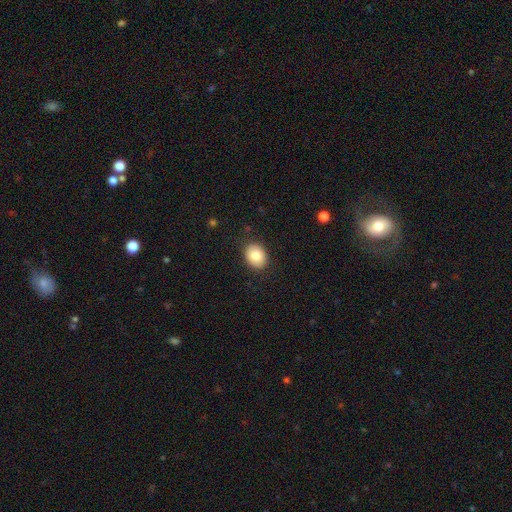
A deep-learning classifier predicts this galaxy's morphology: Smooth or featured?
  - smooth: 82% *
  - featured or disk: 10%
  - star or artifact: 8%
How rounded?
  - in between: 55% *
  - round: 44%
  - cigar-shaped: 1%
Merging?
  - none: 88% *
  - minor disturbance: 9%
  - major disturbance: 2%
  - merger: 1%